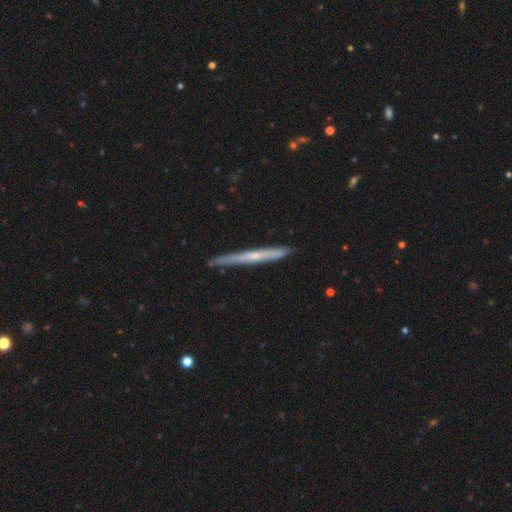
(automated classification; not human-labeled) This appears to be a featured or disk galaxy (56%) viewed edge-on (96%) with no central bulge (66%). Merging: none (86%).